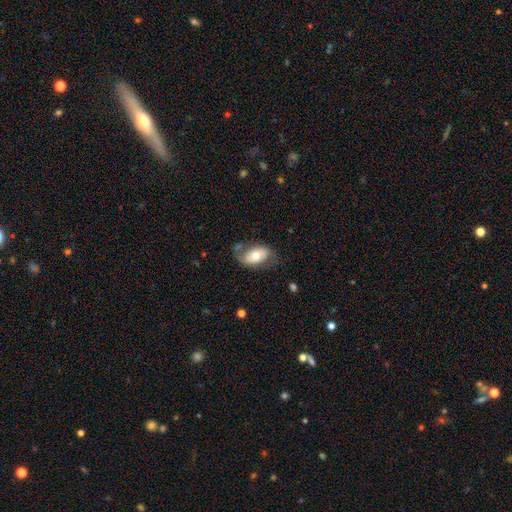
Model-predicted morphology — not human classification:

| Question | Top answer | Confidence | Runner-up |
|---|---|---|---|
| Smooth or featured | smooth | 51% | featured or disk (42%) |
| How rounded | in between | 91% | round (8%) |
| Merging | none | 54% | minor disturbance (26%) |